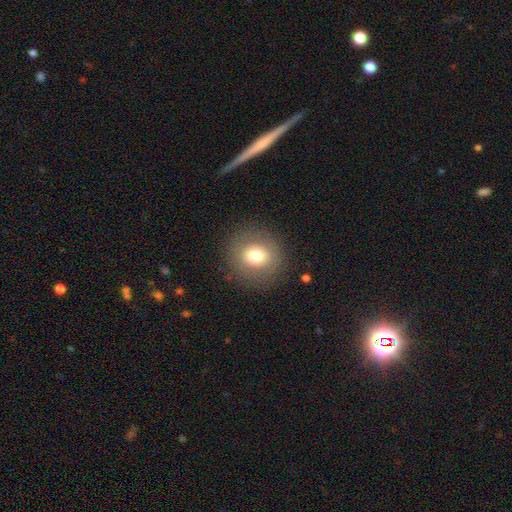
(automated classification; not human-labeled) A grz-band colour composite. It shows a smooth galaxy with no disk features (72%) that is round (90%). Merging: none (87%).